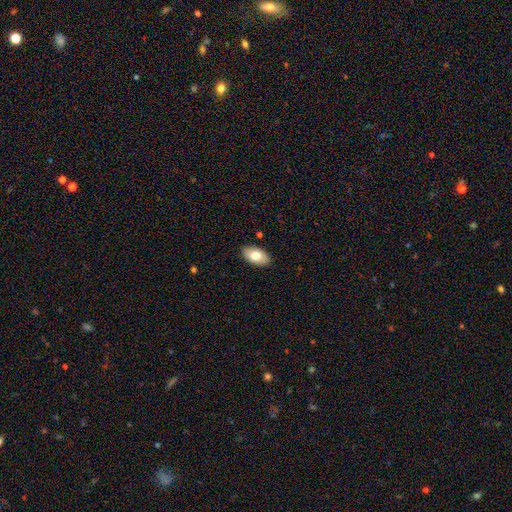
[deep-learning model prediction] Morphology: type=smooth (77%); roundness=in between (95%); merging=none (89%).